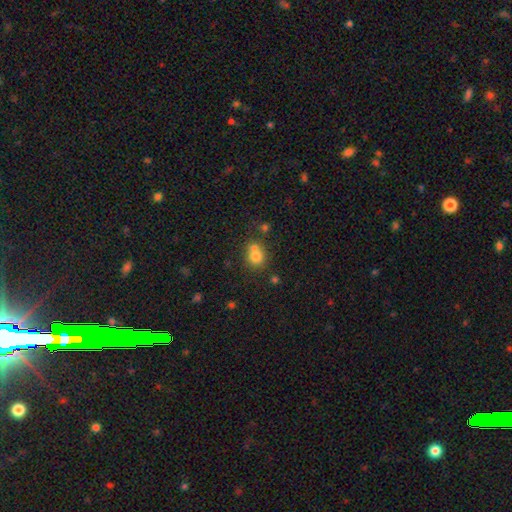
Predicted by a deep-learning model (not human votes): smooth 75%, star or artifact 13%, featured or disk 12%. Down the decision tree: how rounded — round (73%); merging — none (43%).